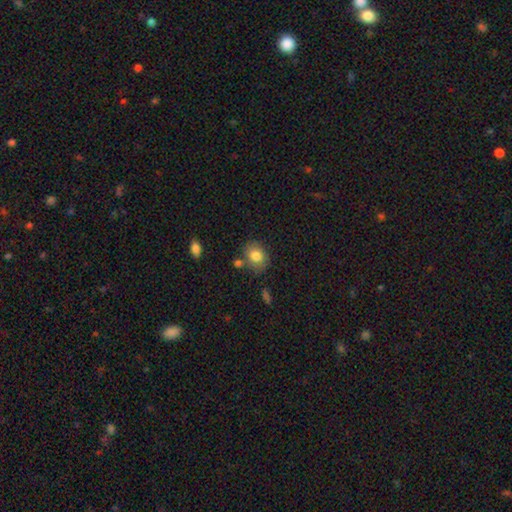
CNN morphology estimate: This is clearly a smooth galaxy (80%). How rounded: possibly in between (58%). Merging: likely none (71%).